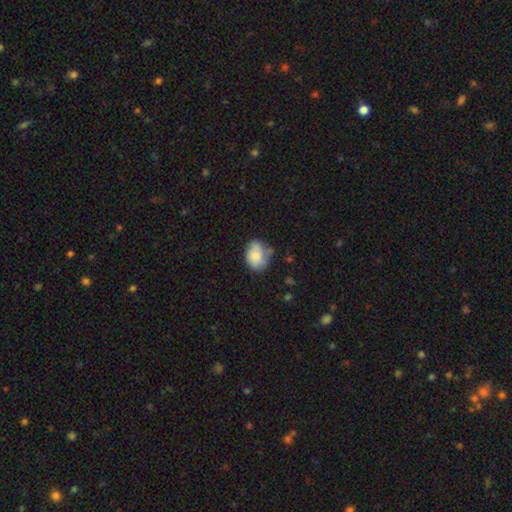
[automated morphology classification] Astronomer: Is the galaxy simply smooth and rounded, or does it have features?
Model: smooth — 73%.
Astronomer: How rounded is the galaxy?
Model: in between — 63%.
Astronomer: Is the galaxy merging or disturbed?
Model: none — 53% (runner-up: minor disturbance, 31%).